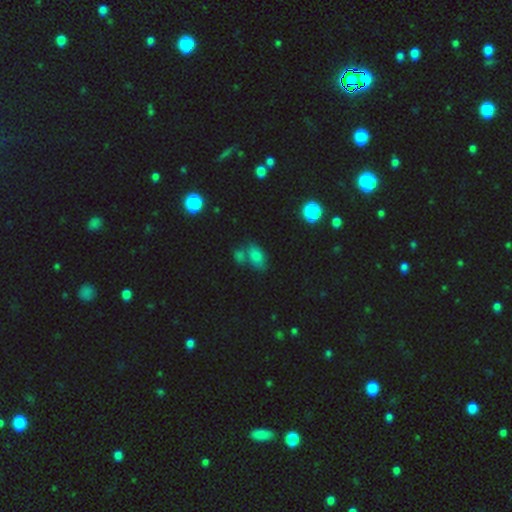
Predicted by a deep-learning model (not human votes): smooth-or-featured: smooth: 70% | star or artifact: 18% | featured or disk: 12%
  how-rounded: in between: 83% | round: 12% | cigar-shaped: 5%
  merging: none: 52% | merger: 27% | minor disturbance: 15% | major disturbance: 6%